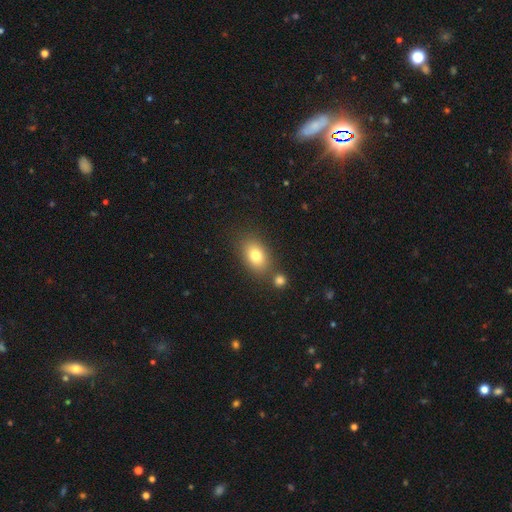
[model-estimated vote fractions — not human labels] Overall: smooth (79%). How rounded: in between (82%). Merging: none (71%).